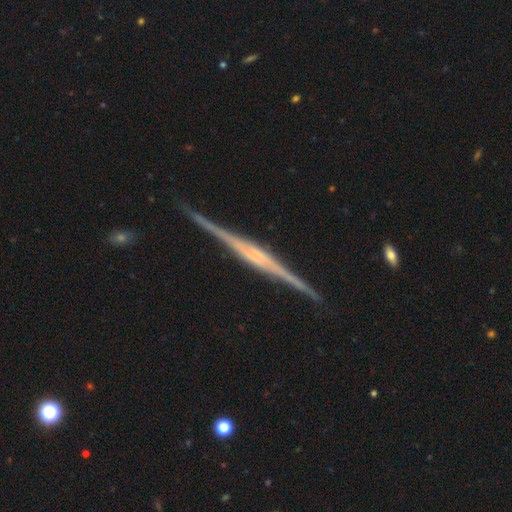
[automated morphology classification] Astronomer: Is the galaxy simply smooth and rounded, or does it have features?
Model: featured or disk — 87%.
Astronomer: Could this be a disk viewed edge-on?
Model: yes — 98%.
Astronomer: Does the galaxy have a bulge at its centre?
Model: boxy — 43% (runner-up: rounded, 38%).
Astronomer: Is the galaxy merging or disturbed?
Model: none — 89%.